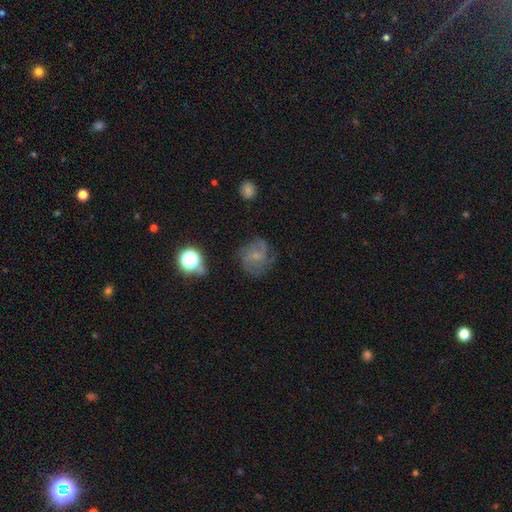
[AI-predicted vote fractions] Morphology: type=featured or disk (62%); edge-on=no (98%); bar=no (67%); spiral arms=yes (87%); winding=medium (46%); arm count=2 (34%); bulge=small (65%); merging=none (60%).